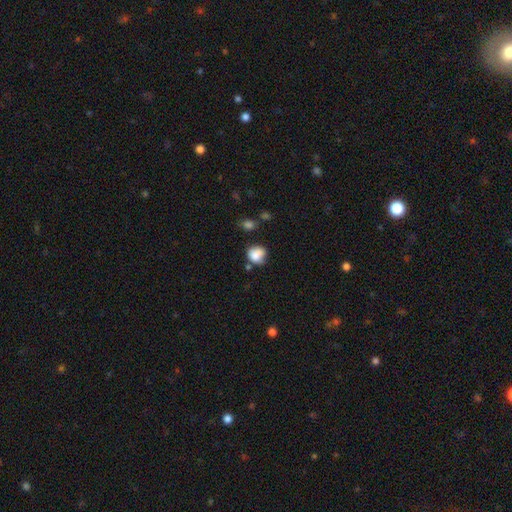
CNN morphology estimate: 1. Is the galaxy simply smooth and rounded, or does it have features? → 80% smooth, 11% featured or disk, 10% star or artifact.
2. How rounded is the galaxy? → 72% round, 27% in between, 1% cigar-shaped.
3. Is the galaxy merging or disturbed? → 50% none, 28% minor disturbance, 13% merger, 9% major disturbance.